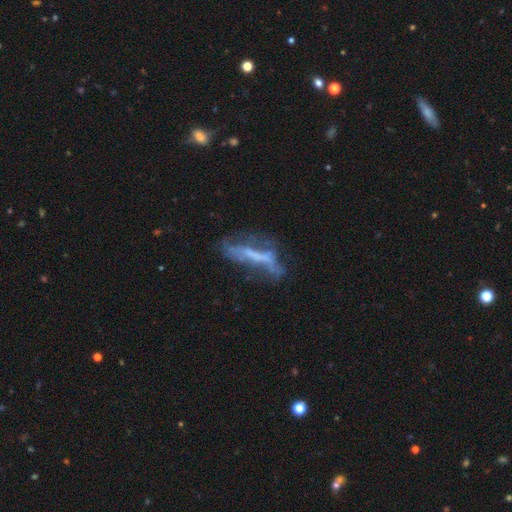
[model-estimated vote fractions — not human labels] The model was most divided on "edge-on disk": no: 58%, yes: 42%. Remaining: smooth or featured — featured or disk (59%); merging — none (44%).